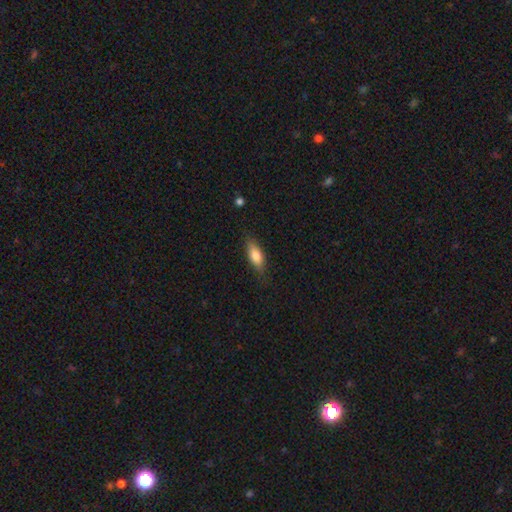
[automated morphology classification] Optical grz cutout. It shows a smooth galaxy with no disk features (77%) that is in between round and cigar-shaped (69%). Merging: none (78%).